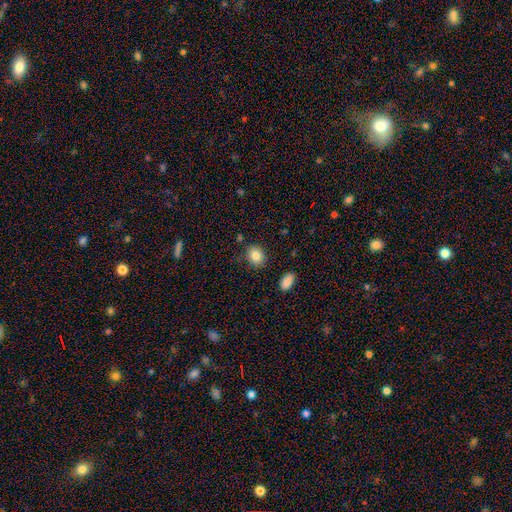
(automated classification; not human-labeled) Smooth or featured? smooth (84%)
How rounded? round (53%)
Merging? none (84%)